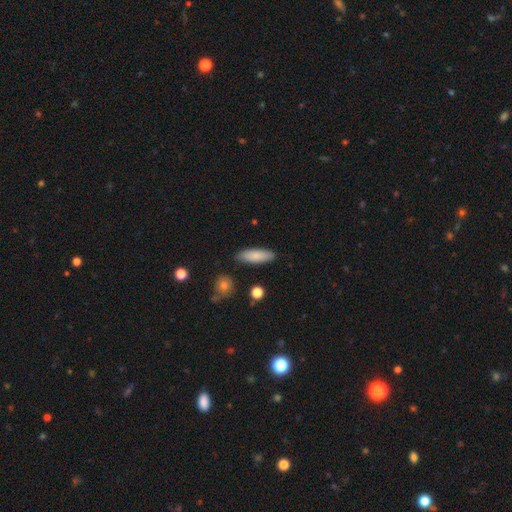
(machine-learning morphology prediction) Smooth or featured: smooth — 84% (featured or disk — 10%)
How rounded: in between — 56% (cigar-shaped — 42%)
Merging: none — 86% (minor disturbance — 10%)